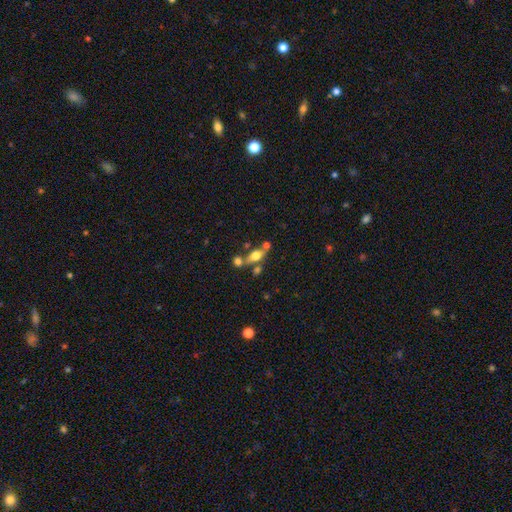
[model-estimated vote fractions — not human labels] Q: Smooth or featured?
A: smooth (55%); runner-up: featured or disk (34%)
Q: How rounded?
A: in between (66%); runner-up: cigar-shaped (20%)
Q: Merging?
A: none (54%); runner-up: merger (28%)